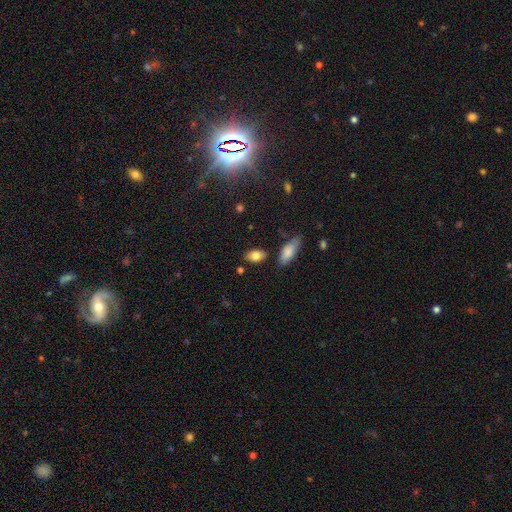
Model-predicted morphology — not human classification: Overall: smooth (81%). How rounded: in between (88%). Merging: none (81%).